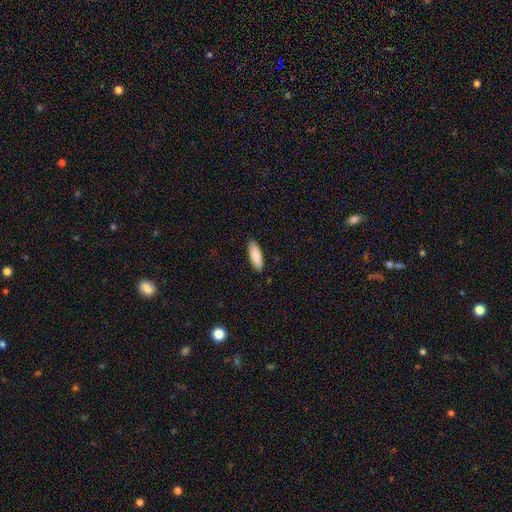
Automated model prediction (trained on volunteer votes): This is clearly a smooth galaxy (88%). How rounded: likely in between (68%). Merging: clearly none (88%).